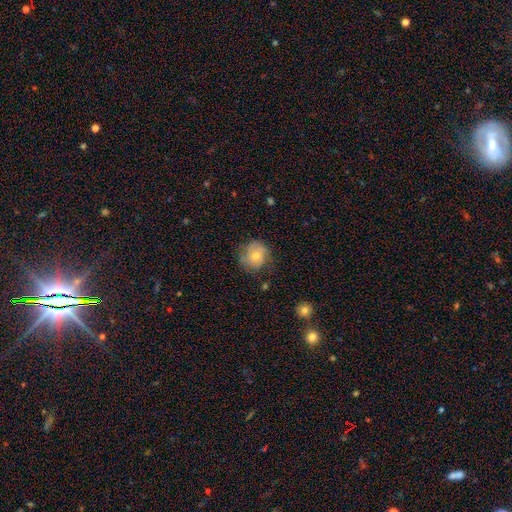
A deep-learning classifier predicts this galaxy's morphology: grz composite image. It shows a smooth galaxy with no disk features (57%) that is round (83%). Merging: none (66%).